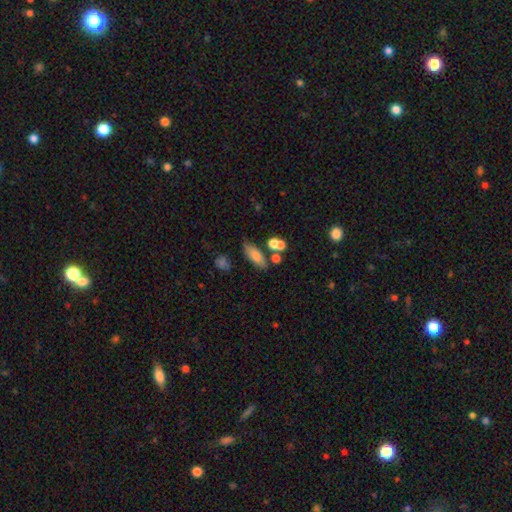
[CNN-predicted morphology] smooth_or_featured: smooth (p=0.74) [alt: featured or disk p=0.16]
how_rounded: in between (p=0.69) [alt: cigar-shaped p=0.25]
merging: none (p=0.61) [alt: merger p=0.18]